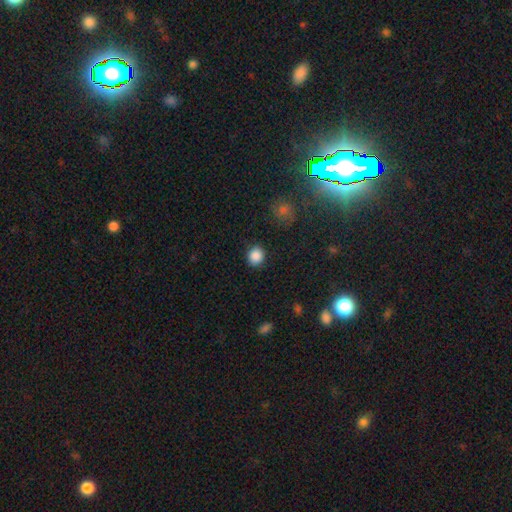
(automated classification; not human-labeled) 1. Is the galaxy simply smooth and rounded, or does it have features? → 87% smooth, 10% star or artifact, 3% featured or disk.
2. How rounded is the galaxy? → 83% round, 16% in between, 1% cigar-shaped.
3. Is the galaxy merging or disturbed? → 88% none, 8% minor disturbance, 3% major disturbance, 1% merger.